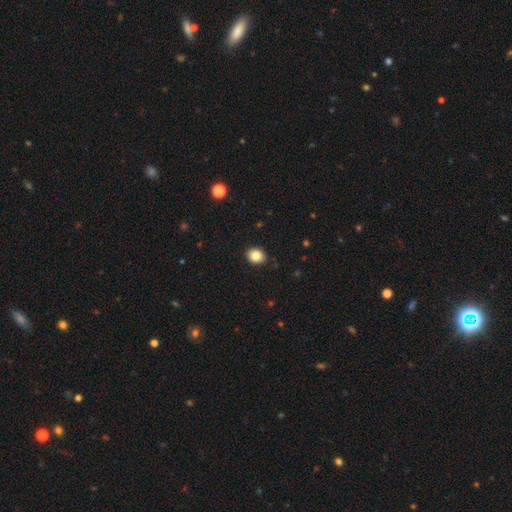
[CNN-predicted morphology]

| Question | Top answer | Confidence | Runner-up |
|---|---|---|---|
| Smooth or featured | smooth | 85% | star or artifact (9%) |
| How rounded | round | 59% | in between (40%) |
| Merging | none | 90% | minor disturbance (7%) |